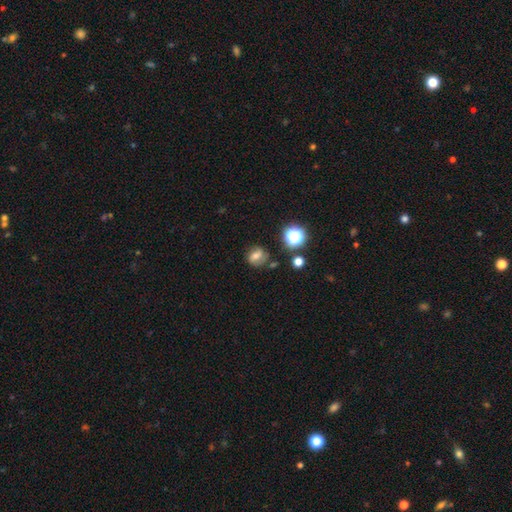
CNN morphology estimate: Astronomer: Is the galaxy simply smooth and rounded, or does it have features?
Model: smooth — 51% (runner-up: featured or disk, 31%).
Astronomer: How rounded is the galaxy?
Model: round — 73%.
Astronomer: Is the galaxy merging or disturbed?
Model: none — 69%.